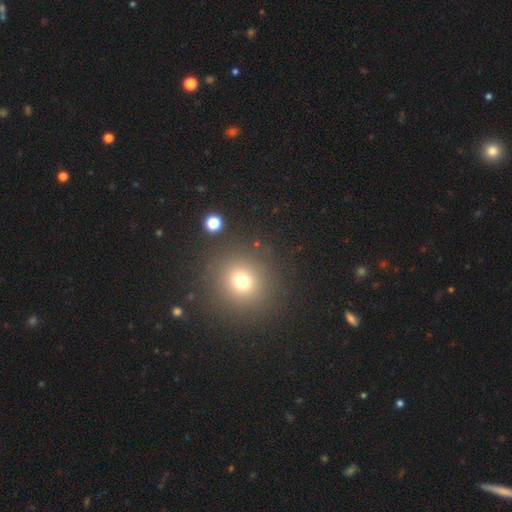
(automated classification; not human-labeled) A smooth galaxy with no disk features (60%) that is round (93%).

Vote fractions:
- Smooth or featured? smooth: 60% / star or artifact: 33% / featured or disk: 7%
- How rounded? round: 93% / in between: 6% / cigar-shaped: 1%
- Merging? none: 91% / minor disturbance: 5% / merger: 2% / major disturbance: 2%